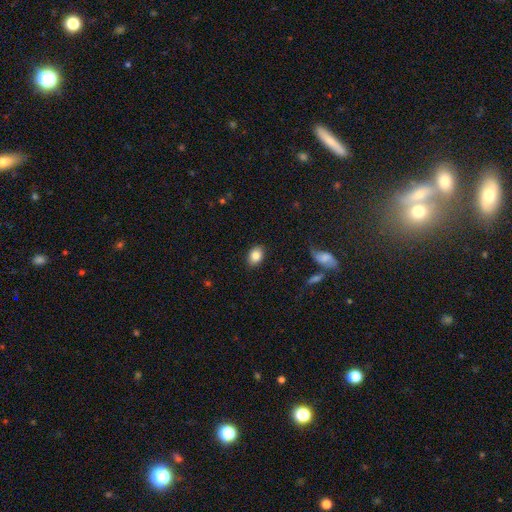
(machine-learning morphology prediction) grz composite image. It shows a smooth galaxy with no disk features (85%) that is in between round and cigar-shaped (75%). Merging: none (87%).